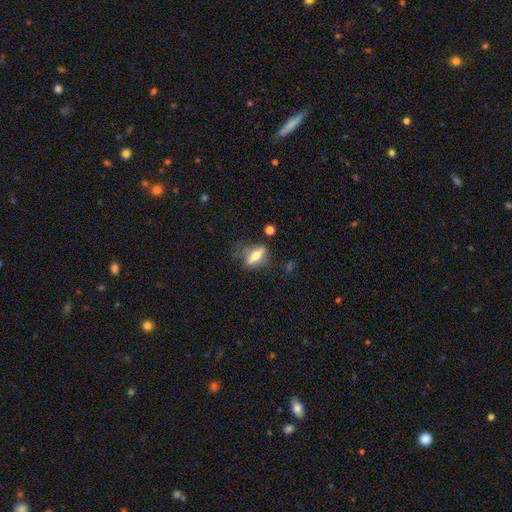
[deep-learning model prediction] A featured or disk galaxy (48%). Merging: none (63%).